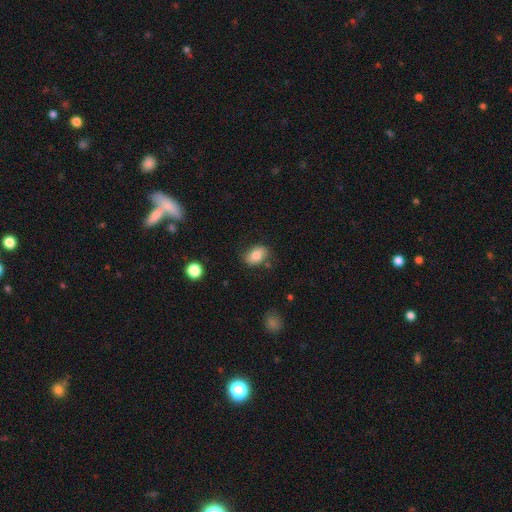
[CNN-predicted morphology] Overall: smooth (80%). How rounded: in between (81%). Merging: none (75%).